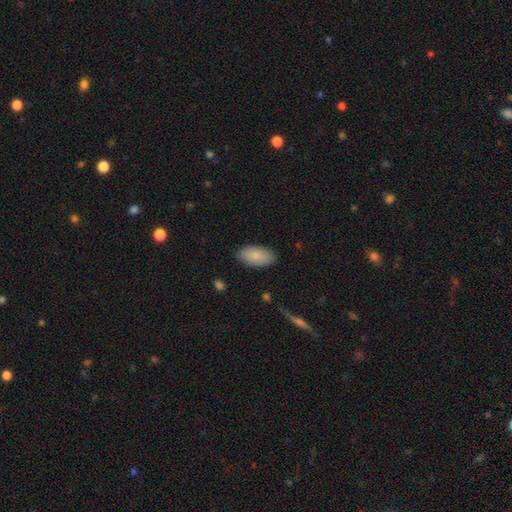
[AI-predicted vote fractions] Overall: smooth (87%). How rounded: in between (94%). Merging: none (85%).